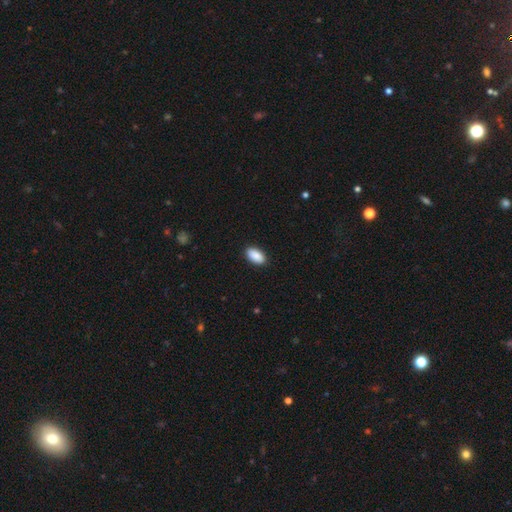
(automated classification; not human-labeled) smooth-or-featured: smooth: 91% | star or artifact: 6% | featured or disk: 3%
  how-rounded: in between: 95% | round: 3% | cigar-shaped: 2%
  merging: none: 90% | minor disturbance: 7% | major disturbance: 2% | merger: 1%